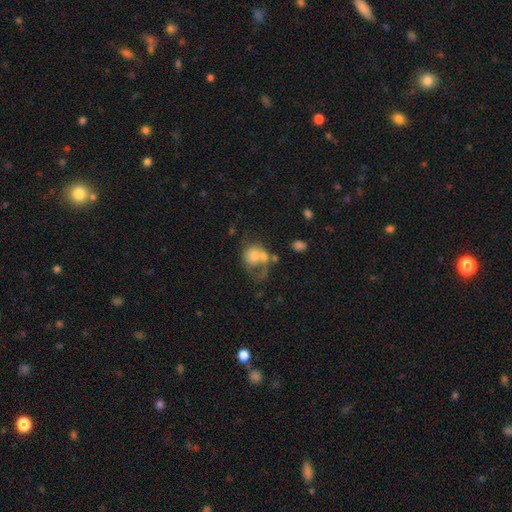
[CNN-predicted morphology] Q: Smooth or featured?
A: smooth (54%); runner-up: featured or disk (37%)
Q: How rounded?
A: round (60%); runner-up: in between (39%)
Q: Merging?
A: merger (41%); runner-up: major disturbance (27%)